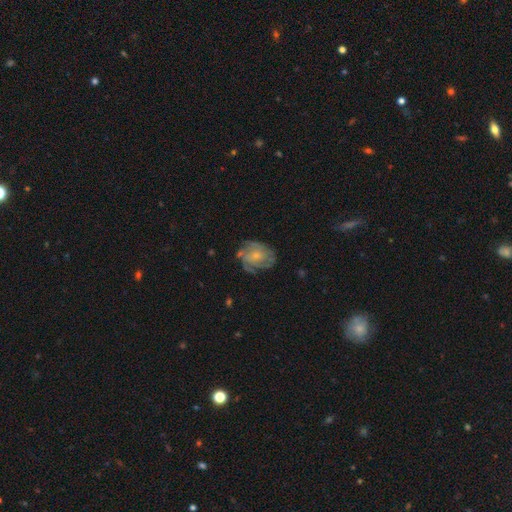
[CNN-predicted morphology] A featured or disk galaxy (71%) with no bar (72%), tight (54%) spiral arms (86%) and a small central bulge (60%). Merging: none (64%).